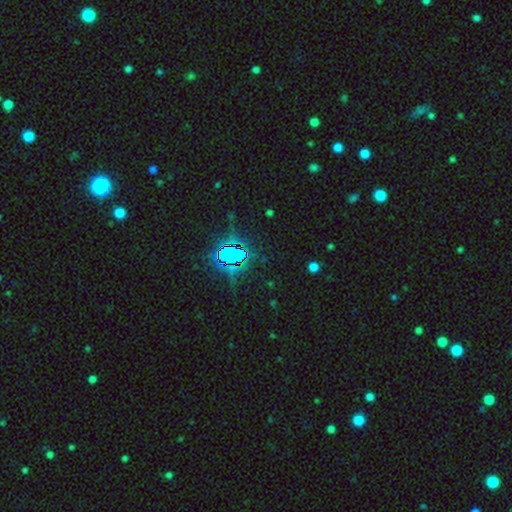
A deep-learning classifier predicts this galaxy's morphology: Smooth or featured? Predicted: star or artifact (p=0.83).